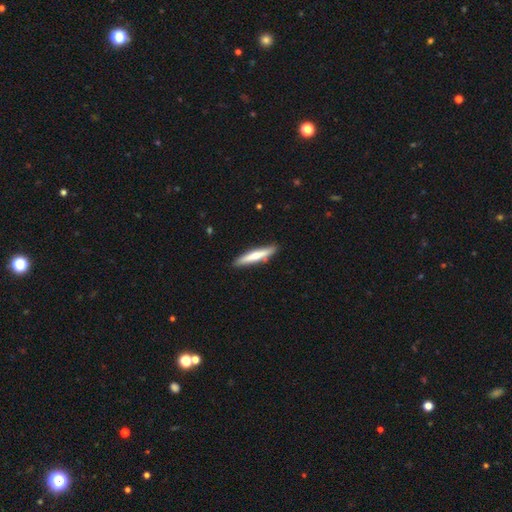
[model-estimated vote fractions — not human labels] A smooth galaxy with no disk features (59%) that is cigar-shaped (90%).

Vote fractions:
- Smooth or featured? smooth: 59% / featured or disk: 36% / star or artifact: 5%
- How rounded? cigar-shaped: 90% / in between: 8% / round: 1%
- Merging? none: 88% / minor disturbance: 9% / merger: 2% / major disturbance: 2%